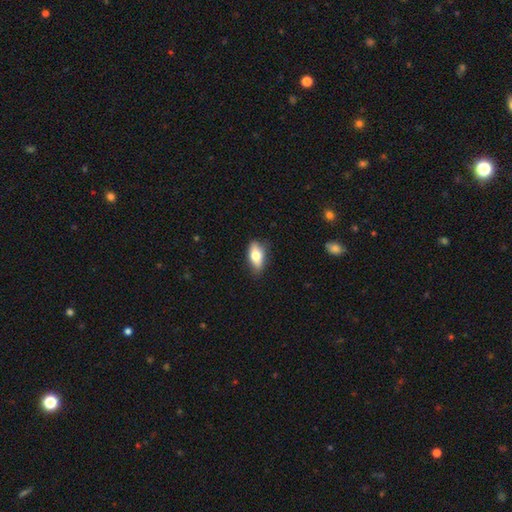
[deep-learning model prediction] A smooth galaxy with no disk features (71%) that is in between round and cigar-shaped (85%).

Vote fractions:
- Smooth or featured? smooth: 71% / featured or disk: 22% / star or artifact: 7%
- How rounded? in between: 85% / cigar-shaped: 10% / round: 5%
- Merging? none: 80% / minor disturbance: 16% / major disturbance: 3% / merger: 1%